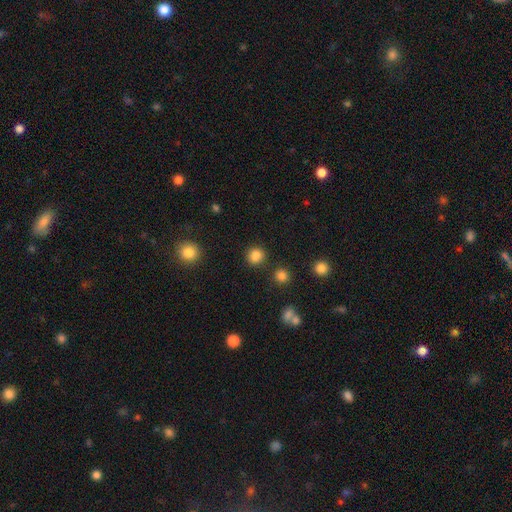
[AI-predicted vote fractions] Overall: smooth (84%). How rounded: round (87%). Merging: none (83%).